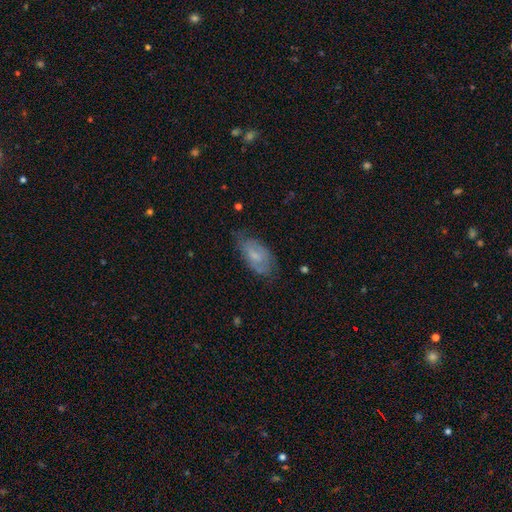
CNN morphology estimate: This is possibly a smooth galaxy (55%). How rounded: clearly in between (90%). Merging: likely none (61%).